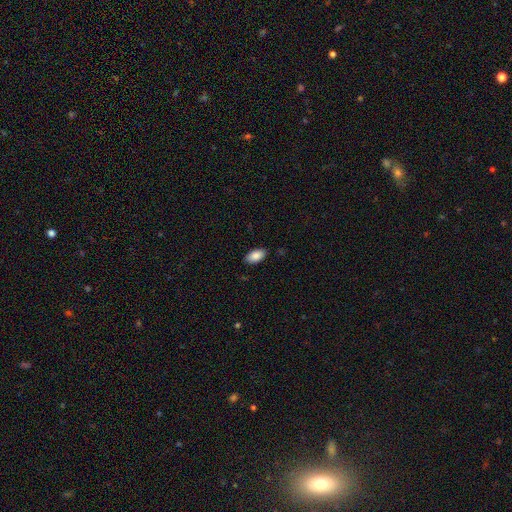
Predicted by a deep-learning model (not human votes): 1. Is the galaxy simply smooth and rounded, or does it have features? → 87% smooth, 7% star or artifact, 6% featured or disk.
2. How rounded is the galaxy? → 94% in between, 3% round, 3% cigar-shaped.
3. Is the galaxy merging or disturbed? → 87% none, 10% minor disturbance, 2% major disturbance, 1% merger.